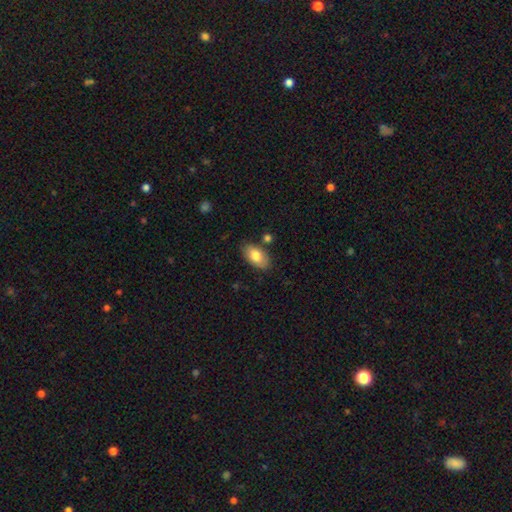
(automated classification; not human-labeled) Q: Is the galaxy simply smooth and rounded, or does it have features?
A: smooth — 80%.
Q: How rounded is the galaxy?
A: in between — 93%.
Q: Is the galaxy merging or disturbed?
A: none — 80%.